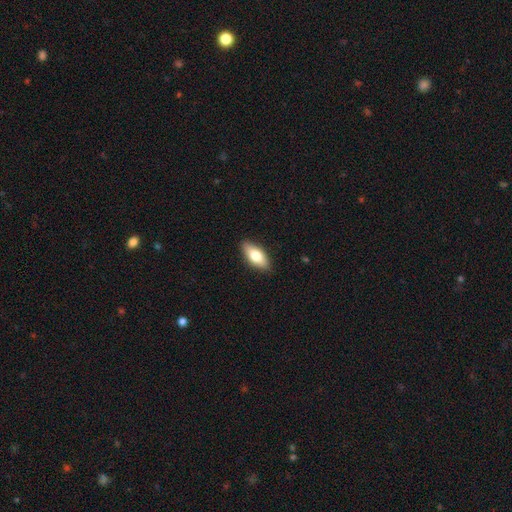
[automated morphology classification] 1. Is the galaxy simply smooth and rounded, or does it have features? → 72% smooth, 22% featured or disk, 6% star or artifact.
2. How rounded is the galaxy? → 82% in between, 15% cigar-shaped, 3% round.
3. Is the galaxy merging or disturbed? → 88% none, 9% minor disturbance, 2% major disturbance, 1% merger.